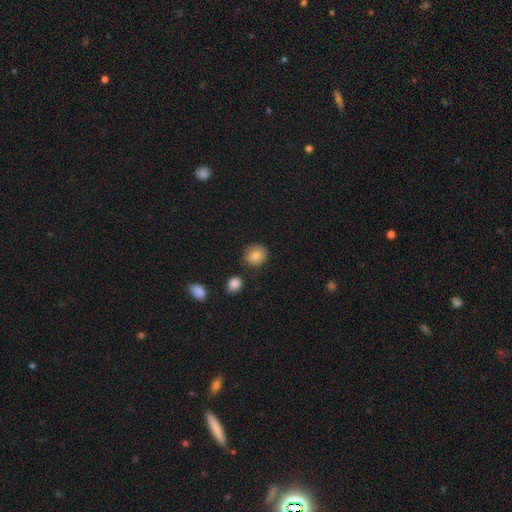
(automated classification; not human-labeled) A smooth galaxy with no disk features (82%) that is round (84%).

Vote fractions:
- Smooth or featured? smooth: 82% / star or artifact: 10% / featured or disk: 9%
- How rounded? round: 84% / in between: 15% / cigar-shaped: 1%
- Merging? none: 82% / minor disturbance: 11% / merger: 4% / major disturbance: 3%